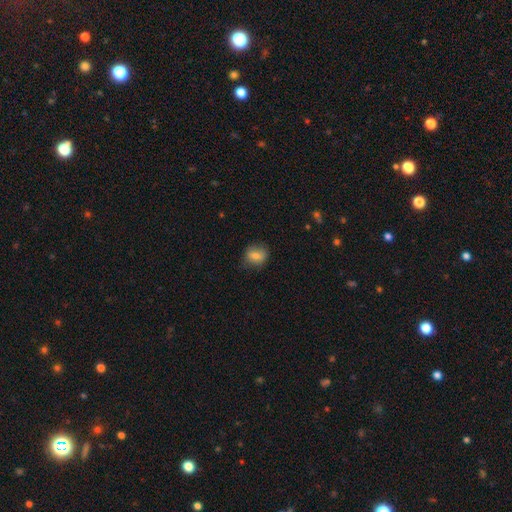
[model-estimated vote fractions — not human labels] Morphology: type=smooth (76%); roundness=round (61%); merging=none (76%).